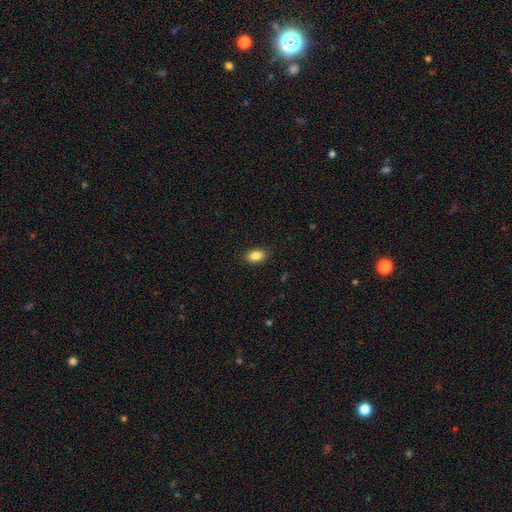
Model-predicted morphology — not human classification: smooth_or_featured: smooth (p=0.86) [alt: star or artifact p=0.08]
how_rounded: in between (p=0.90) [alt: round p=0.08]
merging: none (p=0.88) [alt: minor disturbance p=0.09]